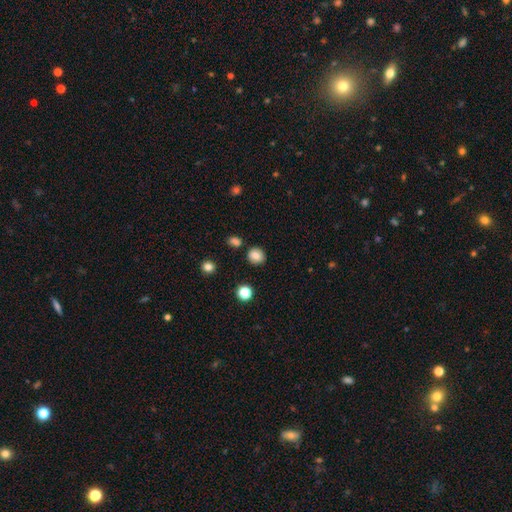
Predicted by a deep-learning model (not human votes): smooth-or-featured: smooth: 82% | star or artifact: 11% | featured or disk: 7%
  how-rounded: round: 82% | in between: 17% | cigar-shaped: 1%
  merging: none: 86% | minor disturbance: 8% | merger: 3% | major disturbance: 2%